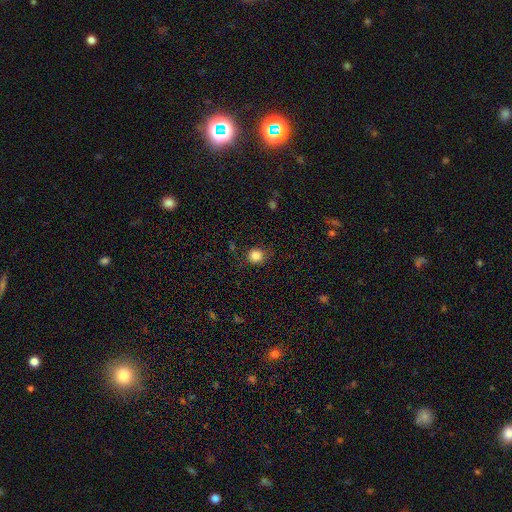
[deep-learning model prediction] Smooth or featured? smooth (84%)
How rounded? round (86%)
Merging? none (80%)